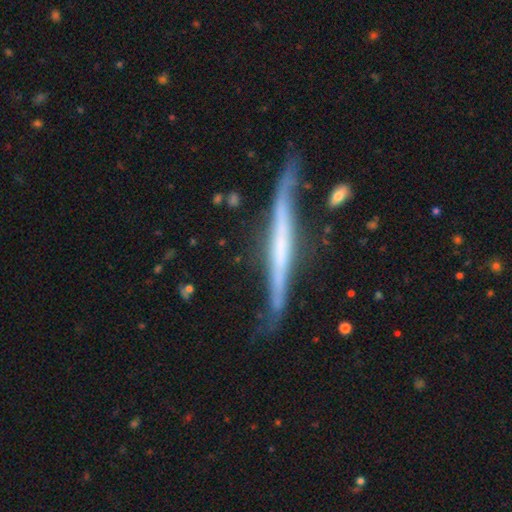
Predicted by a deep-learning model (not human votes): Smooth or featured? featured or disk (70%)
Edge-on disk? yes (92%)
Edge-on bulge? none (66%)
Merging? none (63%)